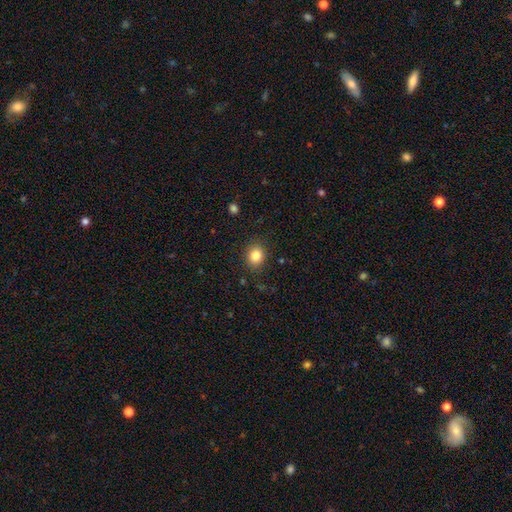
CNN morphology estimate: smooth-or-featured: smooth: 83% | star or artifact: 11% | featured or disk: 6%
  how-rounded: round: 66% | in between: 33% | cigar-shaped: 1%
  merging: none: 87% | minor disturbance: 9% | major disturbance: 3% | merger: 1%